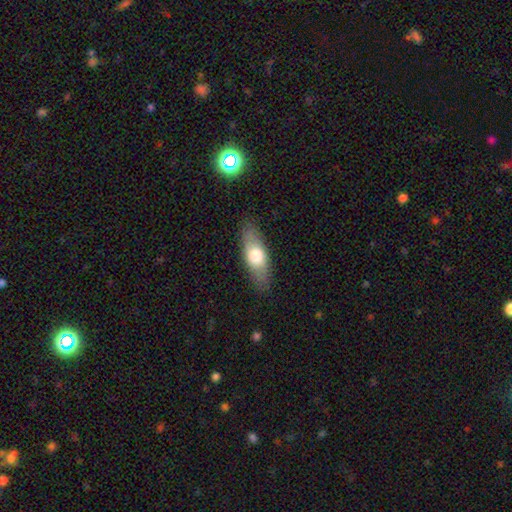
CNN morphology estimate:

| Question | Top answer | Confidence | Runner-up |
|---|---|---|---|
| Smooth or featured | smooth | 67% | featured or disk (27%) |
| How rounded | in between | 73% | cigar-shaped (24%) |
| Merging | none | 84% | minor disturbance (12%) |